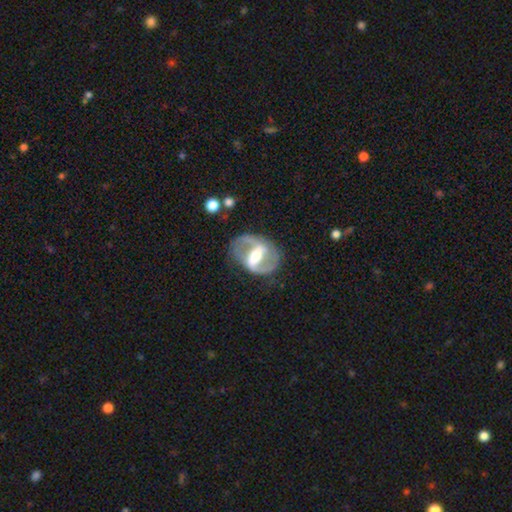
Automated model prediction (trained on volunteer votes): Morphology: type=featured or disk (85%); edge-on=no (96%); bar=strong (63%); spiral arms=yes (83%); winding=medium (51%); arm count=2 (89%); bulge=moderate (61%); merging=none (73%).